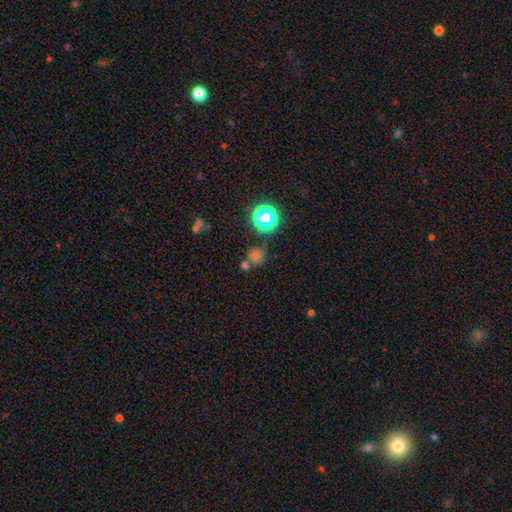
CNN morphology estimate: smooth_or_featured: smooth (p=0.51) [alt: star or artifact p=0.38]
how_rounded: round (p=0.86) [alt: in between p=0.13]
merging: none (p=0.65) [alt: merger p=0.19]